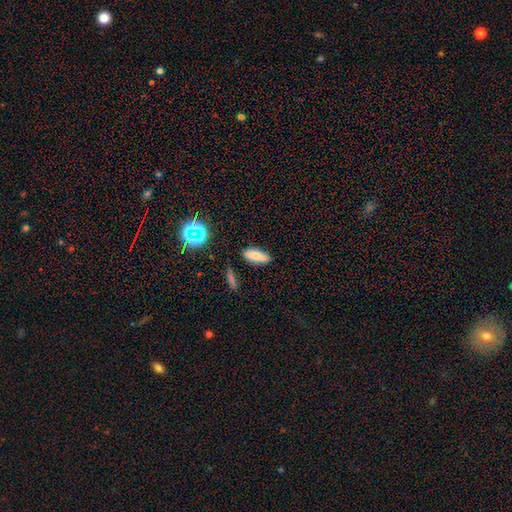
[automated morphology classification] Smooth or featured: smooth — 79% (star or artifact — 11%)
How rounded: in between — 69% (cigar-shaped — 27%)
Merging: none — 81% (minor disturbance — 13%)